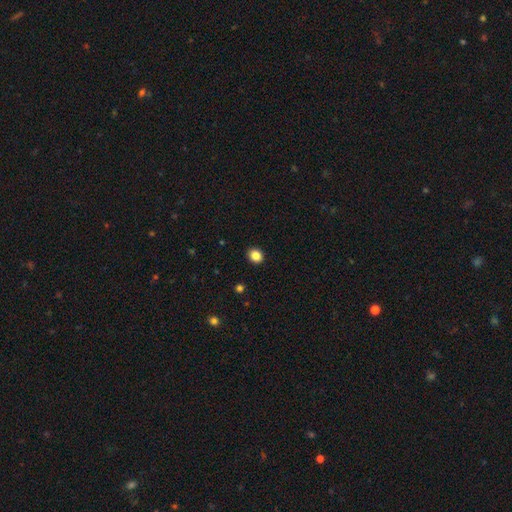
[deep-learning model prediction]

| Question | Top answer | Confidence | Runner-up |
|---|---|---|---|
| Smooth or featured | smooth | 86% | star or artifact (11%) |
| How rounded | round | 76% | in between (23%) |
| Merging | none | 92% | minor disturbance (6%) |